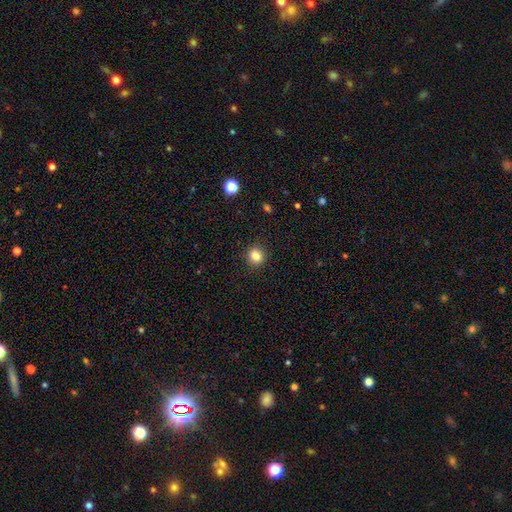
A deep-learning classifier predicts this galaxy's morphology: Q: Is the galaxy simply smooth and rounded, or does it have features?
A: smooth — 83%.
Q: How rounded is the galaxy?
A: round — 87%.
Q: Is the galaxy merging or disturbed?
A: none — 91%.